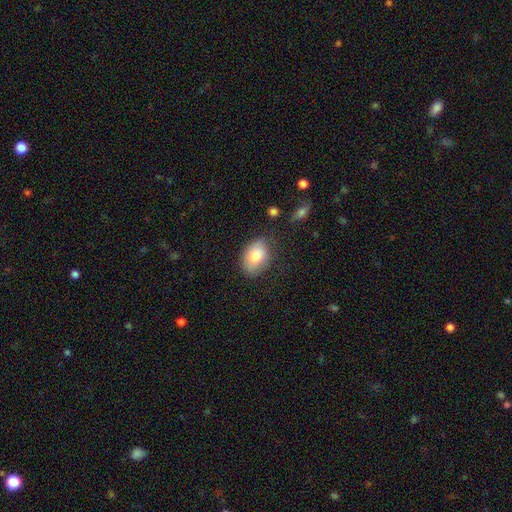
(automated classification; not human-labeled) A smooth galaxy with no disk features (82%) that is in between round and cigar-shaped (84%).

Vote fractions:
- Smooth or featured? smooth: 82% / featured or disk: 11% / star or artifact: 7%
- How rounded? in between: 84% / round: 15% / cigar-shaped: 1%
- Merging? none: 73% / minor disturbance: 19% / major disturbance: 5% / merger: 2%